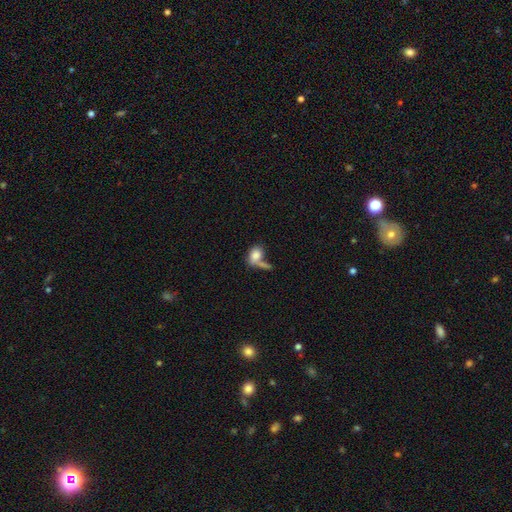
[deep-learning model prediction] Smooth or featured: smooth — 79% (featured or disk — 13%)
How rounded: in between — 79% (round — 18%)
Merging: merger — 39% (none — 32%)